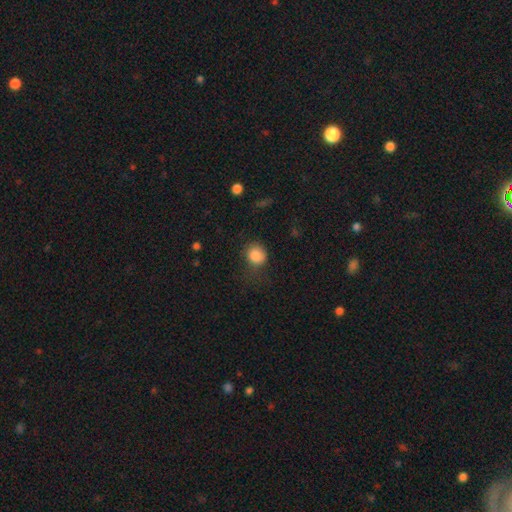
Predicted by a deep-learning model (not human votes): This is clearly a smooth galaxy (85%). How rounded: likely round (78%). Merging: likely none (61%).